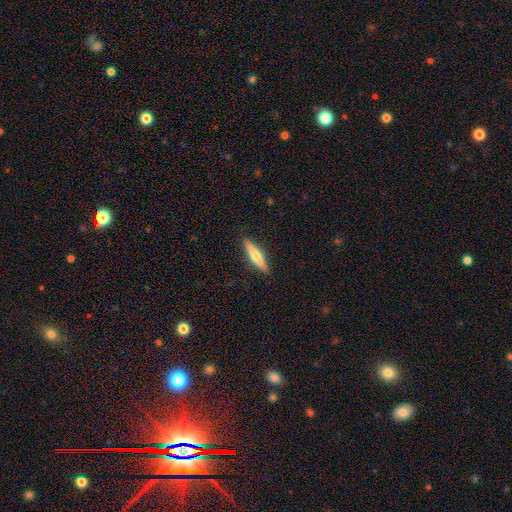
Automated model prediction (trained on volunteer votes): Morphology: type=smooth (51%); roundness=cigar-shaped (83%); merging=none (90%).